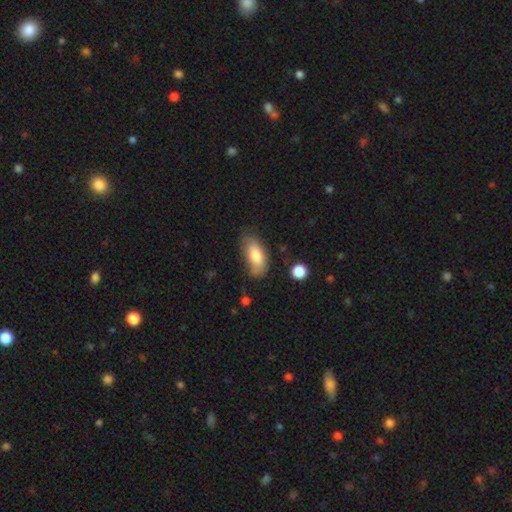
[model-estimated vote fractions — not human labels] Q: Smooth or featured?
A: smooth (79%); runner-up: featured or disk (14%)
Q: How rounded?
A: in between (88%); runner-up: cigar-shaped (9%)
Q: Merging?
A: none (62%); runner-up: minor disturbance (27%)